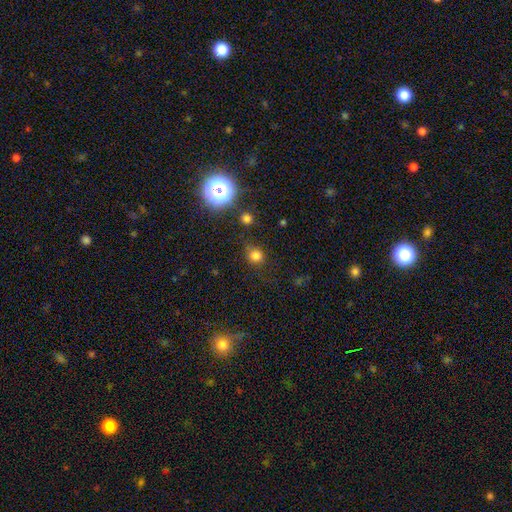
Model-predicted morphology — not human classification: smooth_or_featured: smooth (p=0.76) [alt: star or artifact p=0.18]
how_rounded: round (p=0.86) [alt: in between p=0.13]
merging: none (p=0.75) [alt: minor disturbance p=0.15]